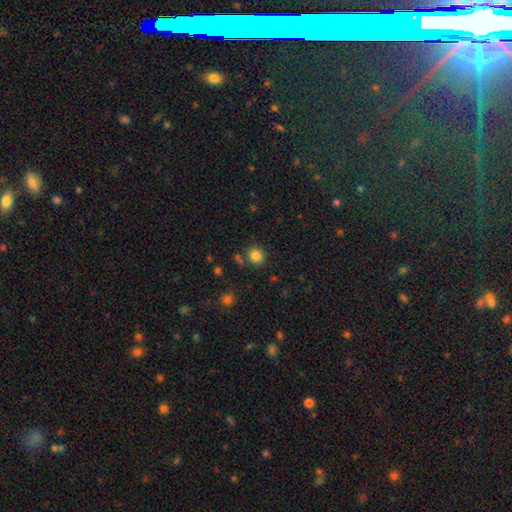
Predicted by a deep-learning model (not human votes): smooth_or_featured: smooth (p=0.83) [alt: star or artifact p=0.12]
how_rounded: round (p=0.88) [alt: in between p=0.11]
merging: none (p=0.82) [alt: minor disturbance p=0.09]